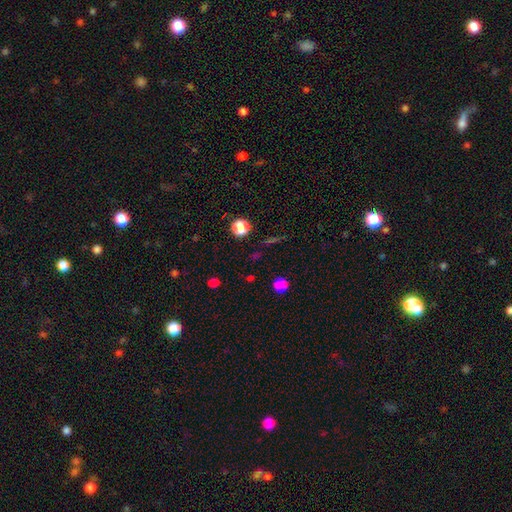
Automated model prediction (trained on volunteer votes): A smooth galaxy with no disk features (49%). Merging: none (85%).